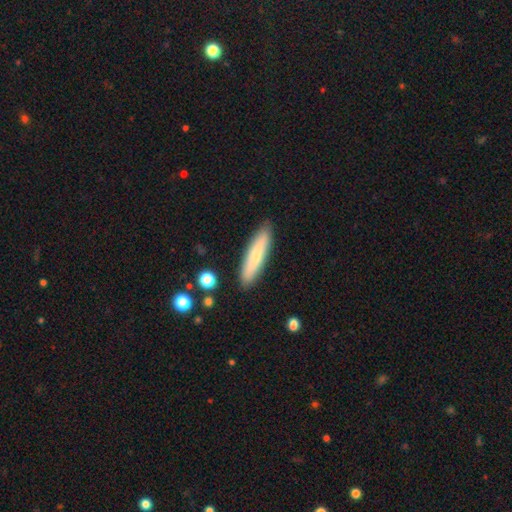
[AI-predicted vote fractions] Morphology: type=smooth (74%); roundness=cigar-shaped (82%); merging=none (89%).